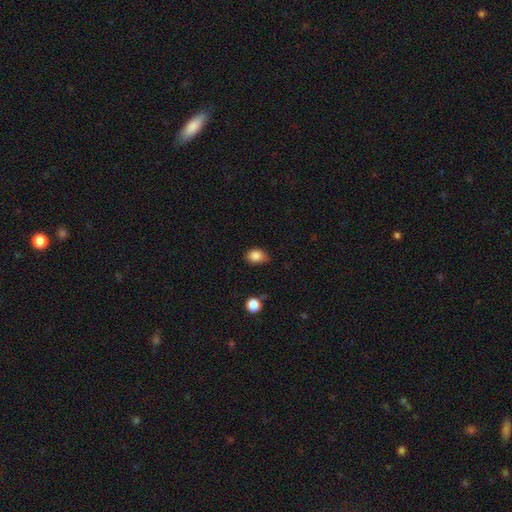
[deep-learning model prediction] Smooth or featured?
  - smooth: 85% *
  - star or artifact: 10%
  - featured or disk: 5%
How rounded?
  - in between: 67% *
  - round: 32%
  - cigar-shaped: 1%
Merging?
  - none: 68% *
  - minor disturbance: 26%
  - major disturbance: 4%
  - merger: 2%